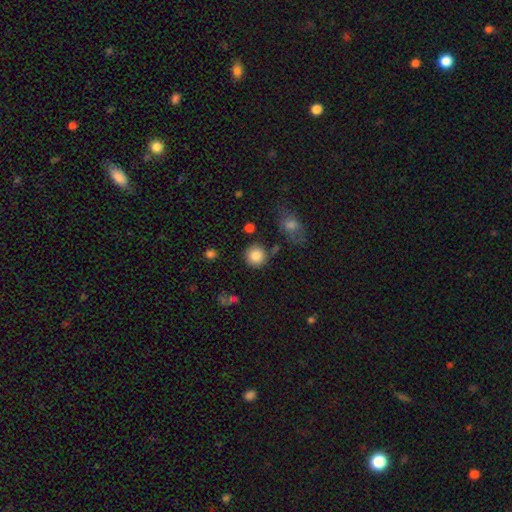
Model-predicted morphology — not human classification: The model was most divided on "merging": none: 83%, minor disturbance: 9%, merger: 5%, major disturbance: 3%. More confident: how rounded — round (93%); smooth or featured — smooth (84%).